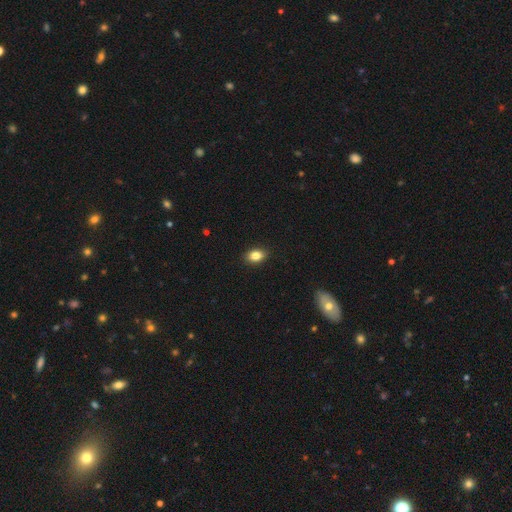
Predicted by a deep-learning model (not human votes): Q: Smooth or featured?
A: smooth (85%); runner-up: star or artifact (9%)
Q: How rounded?
A: in between (82%); runner-up: round (17%)
Q: Merging?
A: none (89%); runner-up: minor disturbance (8%)